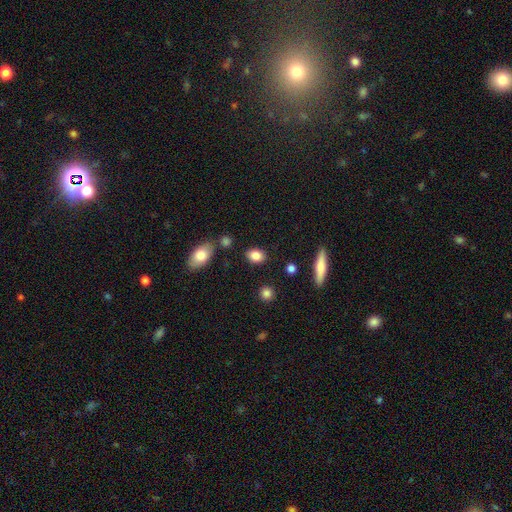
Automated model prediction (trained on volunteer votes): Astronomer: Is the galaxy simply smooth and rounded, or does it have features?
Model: smooth — 84%.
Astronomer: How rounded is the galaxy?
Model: in between — 73%.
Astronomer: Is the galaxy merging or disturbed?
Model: none — 83%.